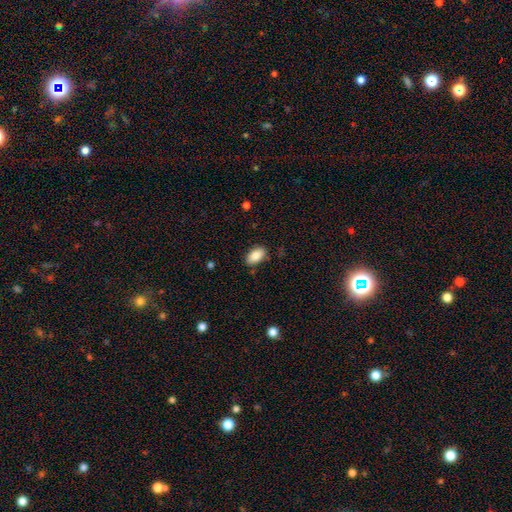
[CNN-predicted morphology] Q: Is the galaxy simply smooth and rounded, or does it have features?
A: smooth — 87%.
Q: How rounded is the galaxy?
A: in between — 93%.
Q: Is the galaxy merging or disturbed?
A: none — 85%.